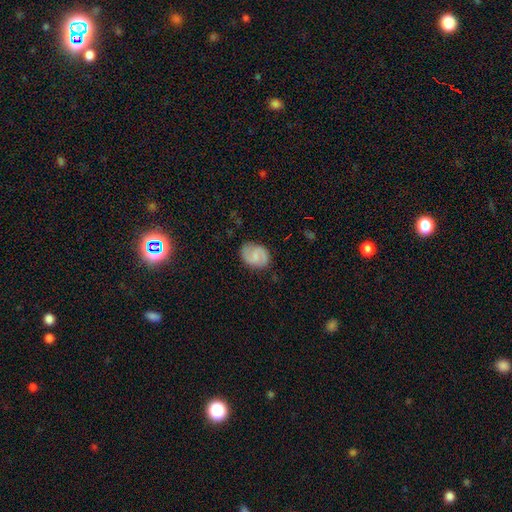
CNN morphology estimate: Smooth or featured? Predicted: featured or disk (p=0.57). Edge-on disk? Predicted: no (p=0.98). Bar? Predicted: weak (p=0.53). Spiral arms? Predicted: yes (p=0.90). Spiral winding? Predicted: medium (p=0.50). Spiral arm count? Predicted: 2 (p=0.88). Bulge size? Predicted: small (p=0.42). Merging? Predicted: none (p=0.79).